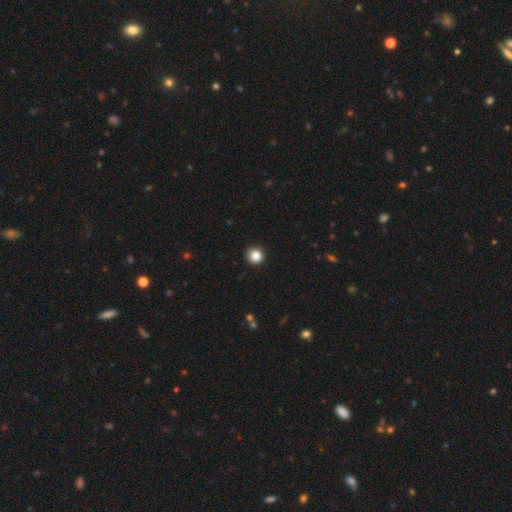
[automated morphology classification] smooth 85%, star or artifact 11%, featured or disk 4%. Down the decision tree: how rounded — round (94%); merging — none (92%).